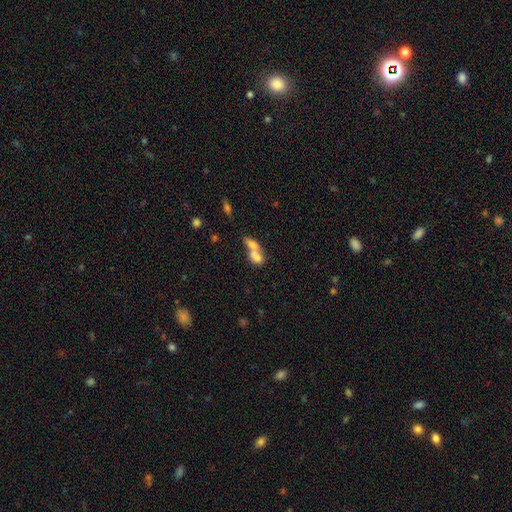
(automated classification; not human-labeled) Smooth or featured?
  - smooth: 69% *
  - featured or disk: 21%
  - star or artifact: 10%
How rounded?
  - in between: 66% *
  - round: 28%
  - cigar-shaped: 6%
Merging?
  - merger: 71% *
  - none: 18%
  - minor disturbance: 6%
  - major disturbance: 5%